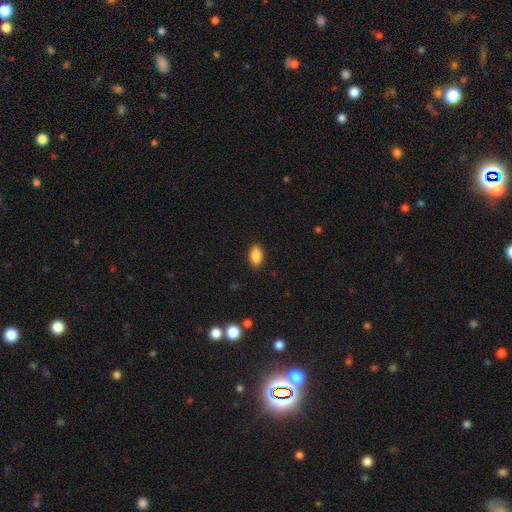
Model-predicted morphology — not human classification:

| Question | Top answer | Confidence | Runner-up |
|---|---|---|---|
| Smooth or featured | smooth | 88% | star or artifact (8%) |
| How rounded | in between | 92% | round (5%) |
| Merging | none | 89% | minor disturbance (8%) |